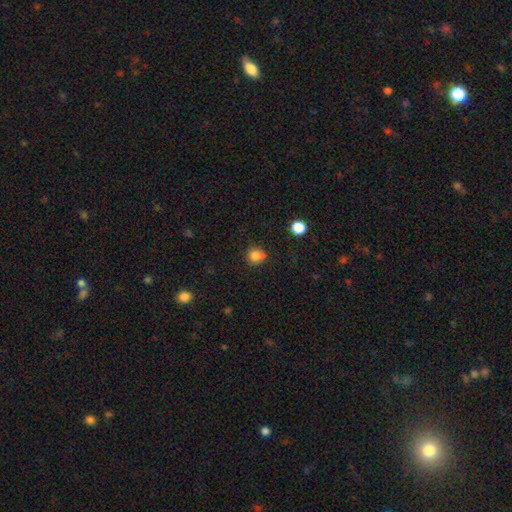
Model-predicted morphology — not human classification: Smooth or featured?
  - smooth: 82% *
  - star or artifact: 12%
  - featured or disk: 6%
How rounded?
  - round: 84% *
  - in between: 15%
  - cigar-shaped: 1%
Merging?
  - none: 68% *
  - minor disturbance: 18%
  - merger: 10%
  - major disturbance: 4%